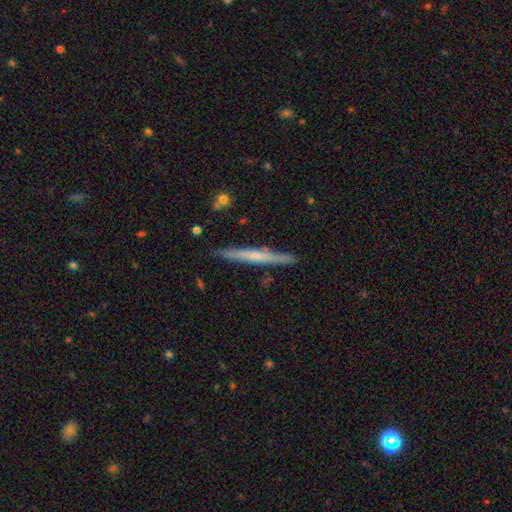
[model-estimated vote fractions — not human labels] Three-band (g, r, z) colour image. It shows a featured or disk galaxy (49%). Merging: none (90%).